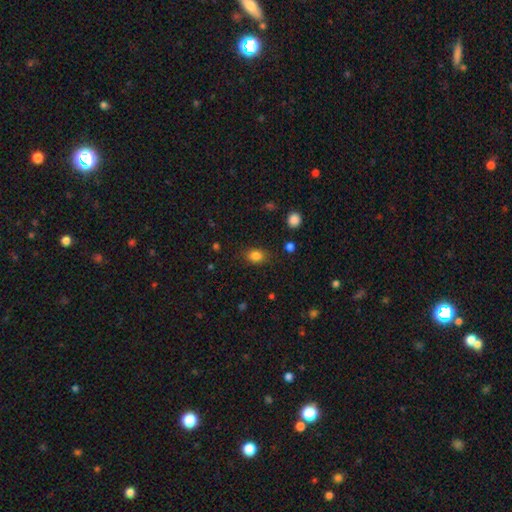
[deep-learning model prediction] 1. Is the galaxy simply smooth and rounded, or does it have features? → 84% smooth, 11% star or artifact, 5% featured or disk.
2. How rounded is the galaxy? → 59% in between, 39% round, 1% cigar-shaped.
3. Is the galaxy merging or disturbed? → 81% none, 13% minor disturbance, 4% major disturbance, 2% merger.